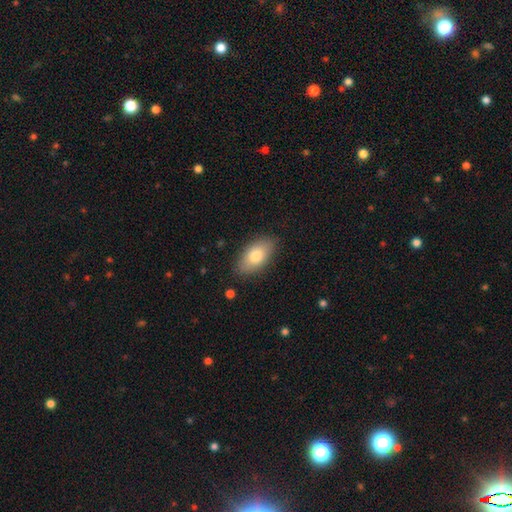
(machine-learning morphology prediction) Smooth or featured: smooth — 79% (featured or disk — 15%)
How rounded: in between — 92% (round — 4%)
Merging: none — 84% (minor disturbance — 12%)